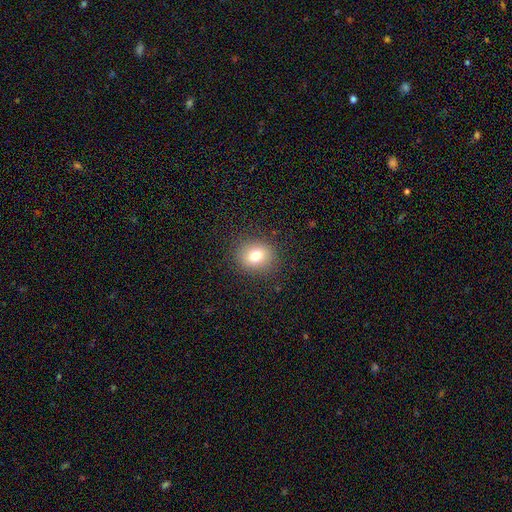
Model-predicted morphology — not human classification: The model was most divided on "how rounded": round: 73%, in between: 26%, cigar-shaped: 1%. More confident: merging — none (88%); smooth or featured — smooth (76%).